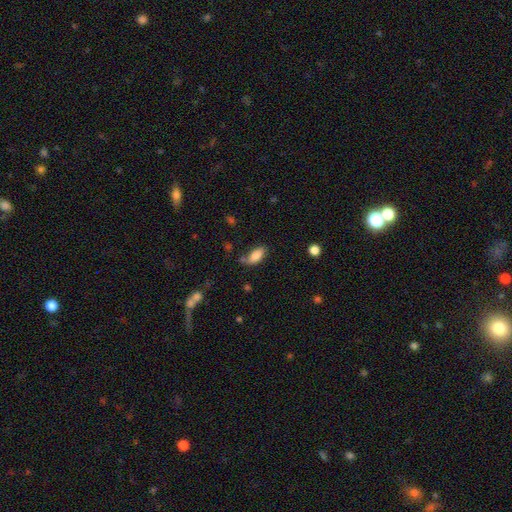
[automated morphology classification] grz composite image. It shows a smooth galaxy with no disk features (84%) that is in between round and cigar-shaped (90%). Merging: none (62%).